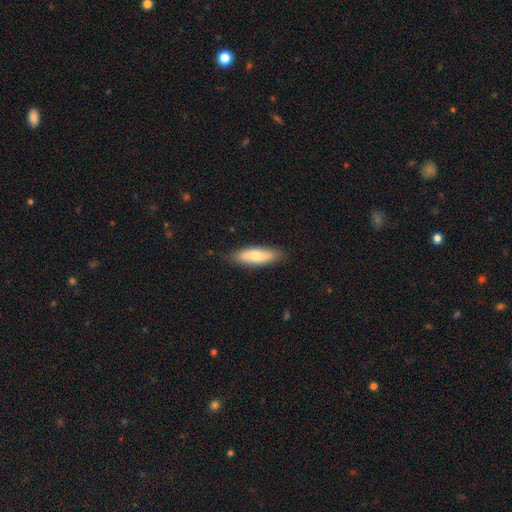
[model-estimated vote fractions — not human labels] A smooth galaxy with no disk features (75%) that is in between round and cigar-shaped (53%). Merging: none (84%).